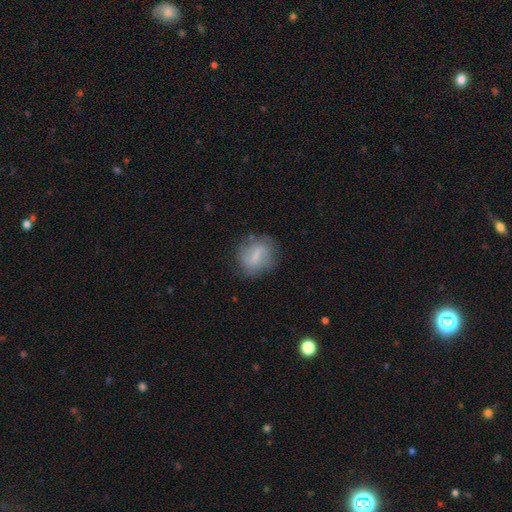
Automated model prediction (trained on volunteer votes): Morphology: type=smooth (55%); roundness=round (57%); merging=none (70%).